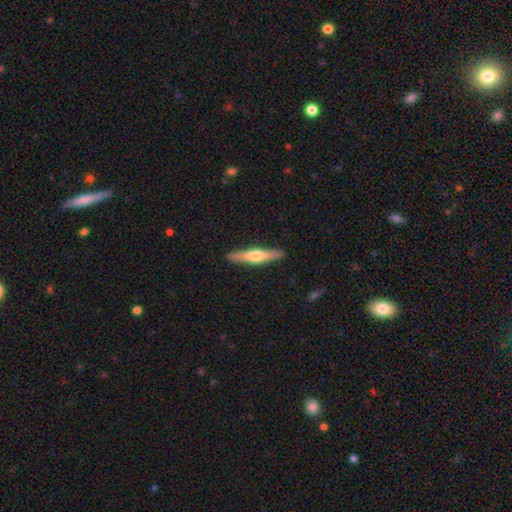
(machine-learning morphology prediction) smooth_or_featured: featured or disk (p=0.58) [alt: smooth p=0.36]
disk_edge_on: yes (p=0.96) [alt: no p=0.04]
edge_on_bulge: rounded (p=0.90) [alt: none p=0.05]
merging: none (p=0.91) [alt: minor disturbance p=0.07]